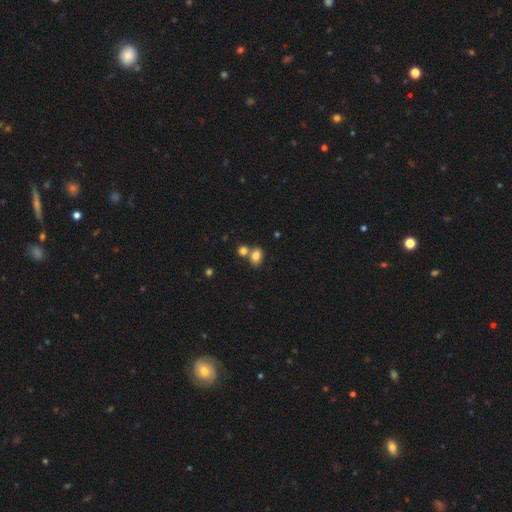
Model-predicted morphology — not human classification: This is clearly a smooth galaxy (82%). How rounded: likely in between (68%). Merging: possibly none (51%).